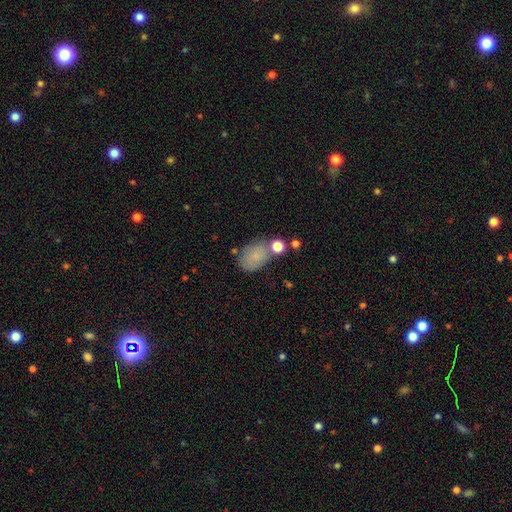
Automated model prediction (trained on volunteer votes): Smooth or featured: smooth — 75% (featured or disk — 15%)
How rounded: in between — 80% (round — 19%)
Merging: none — 55% (minor disturbance — 22%)